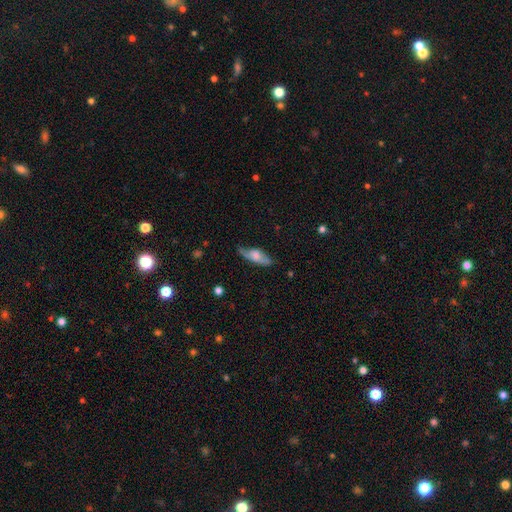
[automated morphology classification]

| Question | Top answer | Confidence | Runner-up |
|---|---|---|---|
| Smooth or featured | smooth | 49% | featured or disk (44%) |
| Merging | none | 60% | minor disturbance (28%) |